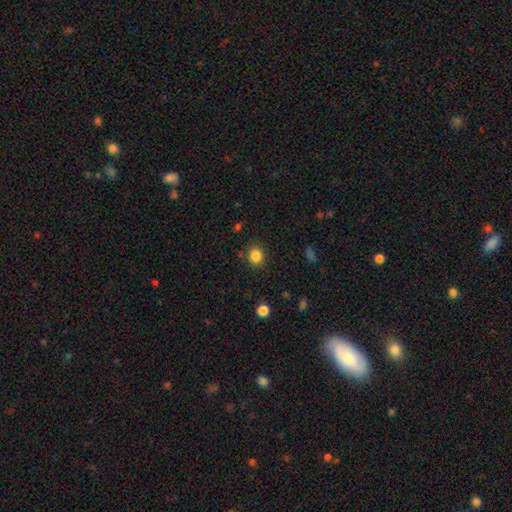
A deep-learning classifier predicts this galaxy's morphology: Q: Smooth or featured?
A: smooth (85%); runner-up: star or artifact (11%)
Q: How rounded?
A: round (76%); runner-up: in between (23%)
Q: Merging?
A: none (85%); runner-up: minor disturbance (10%)